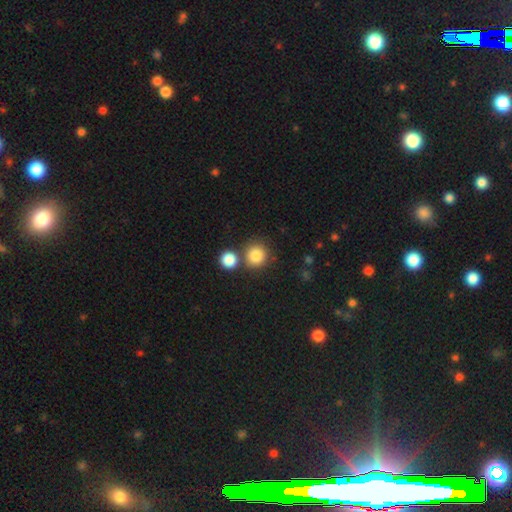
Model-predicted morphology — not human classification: type=smooth (84%); roundness=round (90%); merging=none (68%).